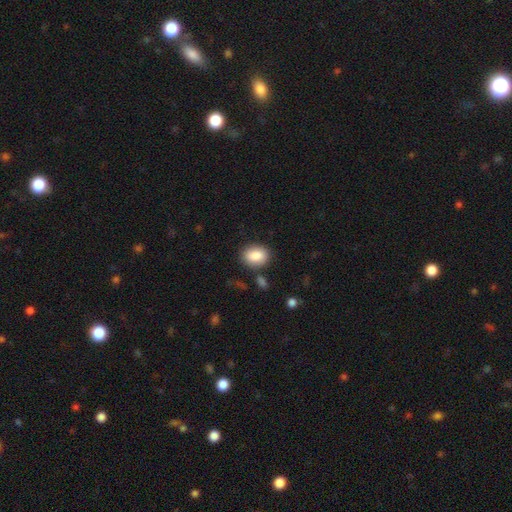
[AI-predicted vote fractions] smooth_or_featured: smooth (p=0.86) [alt: star or artifact p=0.08]
how_rounded: in between (p=0.66) [alt: round p=0.33]
merging: none (p=0.81) [alt: minor disturbance p=0.12]